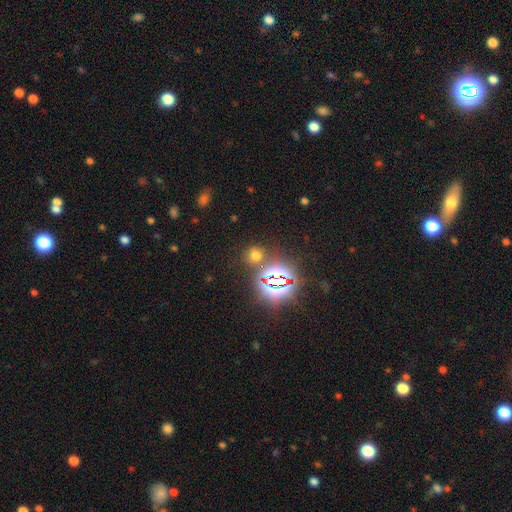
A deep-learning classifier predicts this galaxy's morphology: Overall: smooth (54%; star or artifact 39%). How rounded: round (81%). Merging: none (79%).